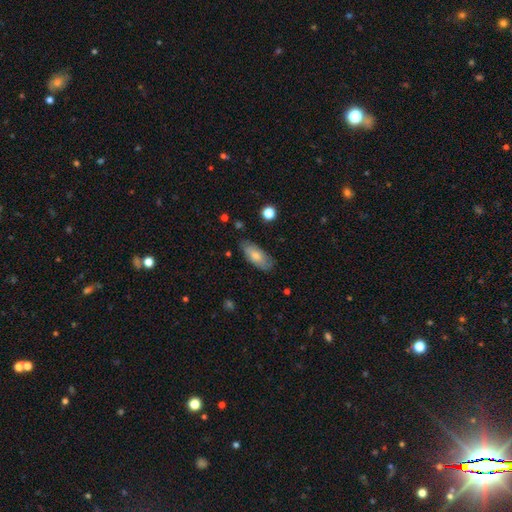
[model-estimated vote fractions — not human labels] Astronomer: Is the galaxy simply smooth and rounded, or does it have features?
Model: smooth — 72%.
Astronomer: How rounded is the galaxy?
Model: in between — 85%.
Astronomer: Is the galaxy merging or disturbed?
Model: none — 79%.